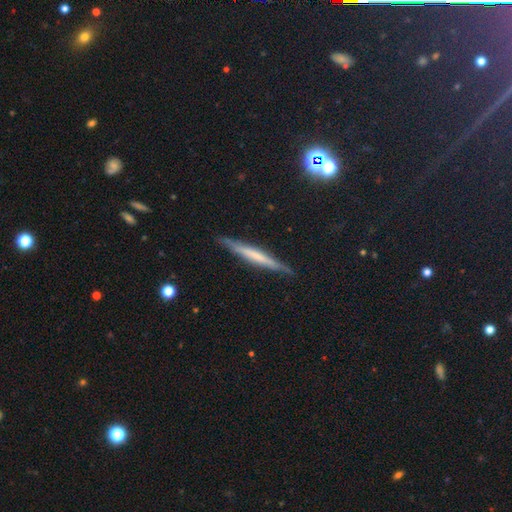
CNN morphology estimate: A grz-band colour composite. It shows a featured or disk galaxy (52%) viewed edge-on (95%). Merging: none (88%).